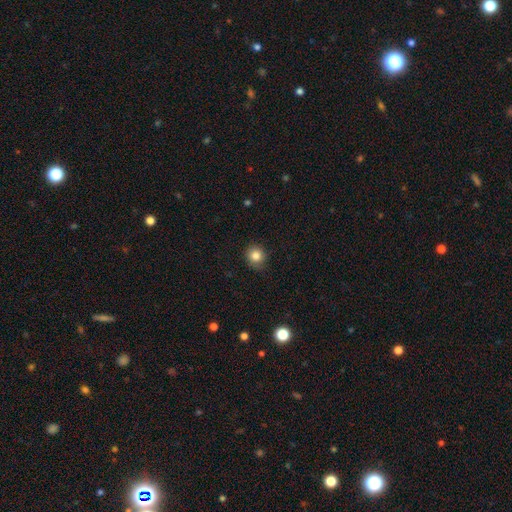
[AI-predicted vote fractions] This is clearly a smooth galaxy (83%). How rounded: clearly round (87%). Merging: clearly none (83%).